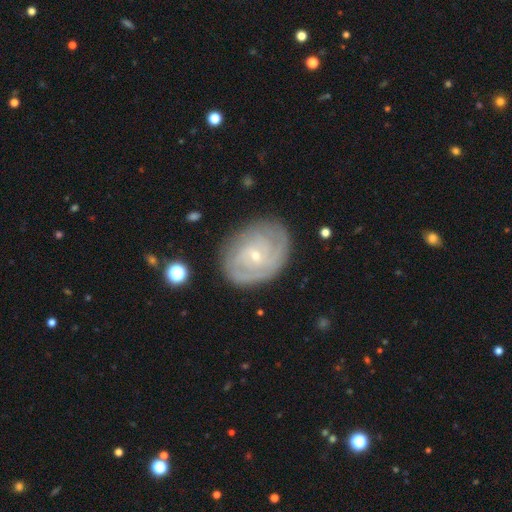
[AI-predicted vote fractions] The model was most divided on "spiral arm count": can't tell: 37%, 2: 25%, 3: 18%, 4: 9%, 1: 6%, more than 4: 6%. More confident: edge-on disk — no (97%); spiral arms — yes (92%); smooth or featured — featured or disk (81%); bulge size — small (80%); merging — none (78%); spiral winding — tight (71%); bar — no (70%).